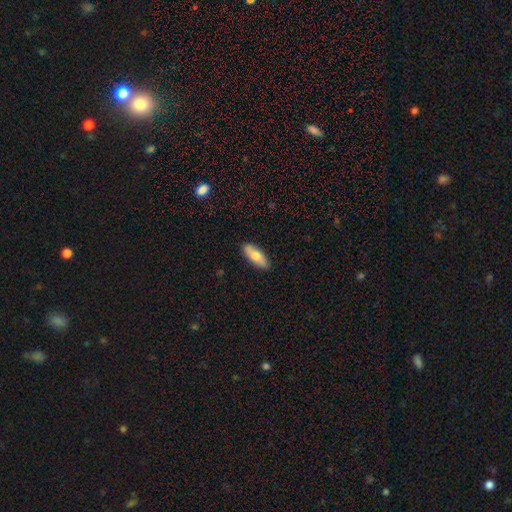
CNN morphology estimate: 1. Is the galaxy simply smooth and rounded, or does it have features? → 69% smooth, 26% featured or disk, 6% star or artifact.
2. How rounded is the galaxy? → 67% in between, 31% cigar-shaped, 2% round.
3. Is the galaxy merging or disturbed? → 87% none, 10% minor disturbance, 2% major disturbance, 1% merger.